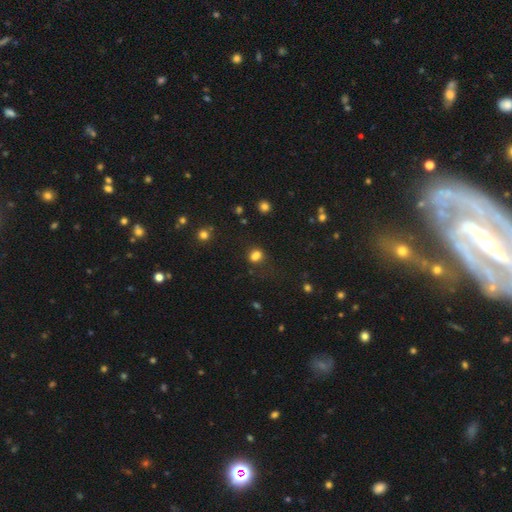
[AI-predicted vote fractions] Smooth or featured: smooth — 76% (star or artifact — 17%)
How rounded: in between — 50% (round — 48%)
Merging: none — 58% (minor disturbance — 18%)